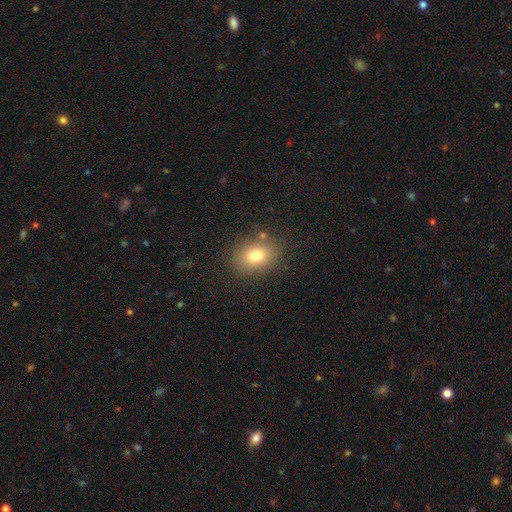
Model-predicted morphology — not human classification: A smooth galaxy with no disk features (78%) that is in between round and cigar-shaped (61%).

Vote fractions:
- Smooth or featured? smooth: 78% / star or artifact: 12% / featured or disk: 10%
- How rounded? in between: 61% / round: 38% / cigar-shaped: 1%
- Merging? none: 82% / minor disturbance: 11% / major disturbance: 4% / merger: 3%